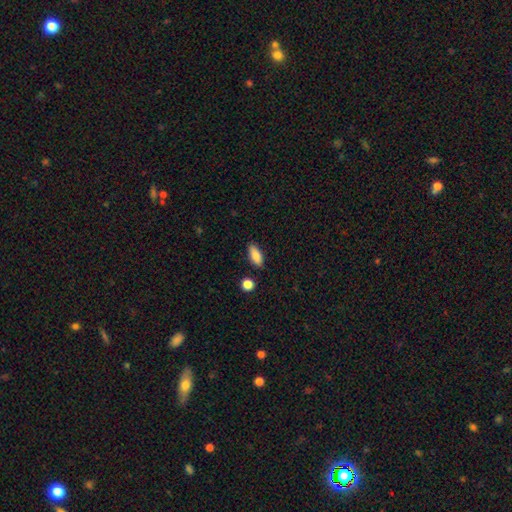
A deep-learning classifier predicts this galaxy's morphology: The model was most divided on "how rounded": in between: 83%, cigar-shaped: 14%, round: 3%. More confident: merging — none (85%); smooth or featured — smooth (85%).